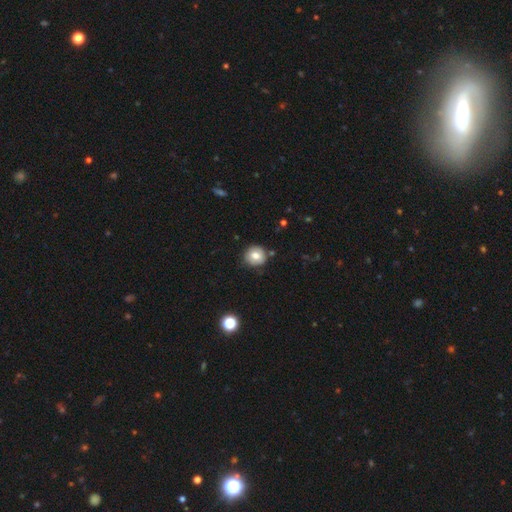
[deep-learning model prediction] This is likely a smooth galaxy (73%). How rounded: clearly round (90%). Merging: clearly none (82%).